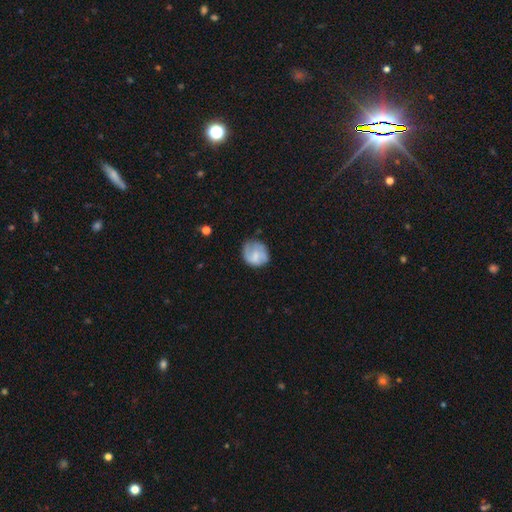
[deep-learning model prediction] This appears to be a smooth galaxy with no disk features (58%) that is round (78%). Merging: none (62%).